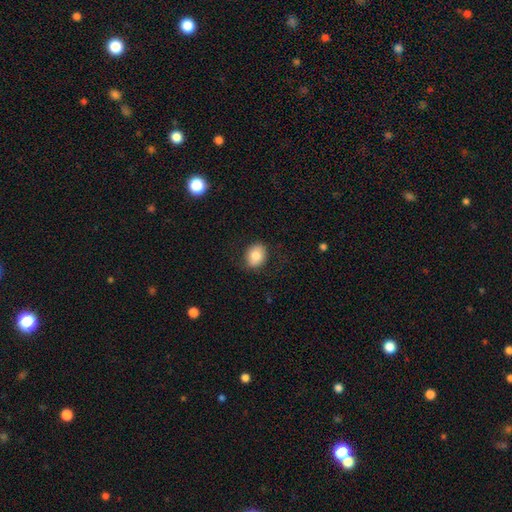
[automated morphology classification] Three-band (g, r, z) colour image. It shows a smooth galaxy with no disk features (81%) that is in between round and cigar-shaped (54%). Merging: none (83%).